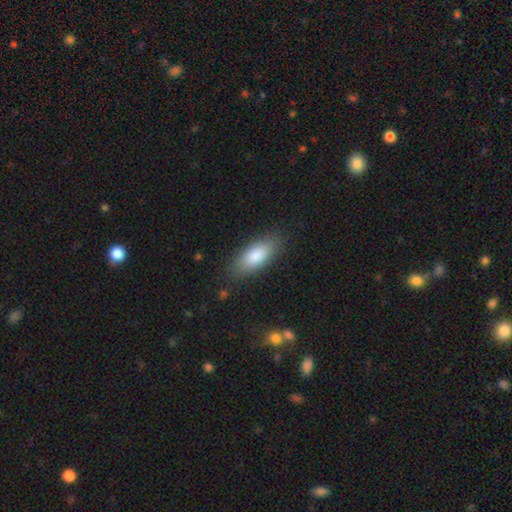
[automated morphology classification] This is clearly a smooth galaxy (83%). How rounded: likely in between (79%). Merging: clearly none (84%).